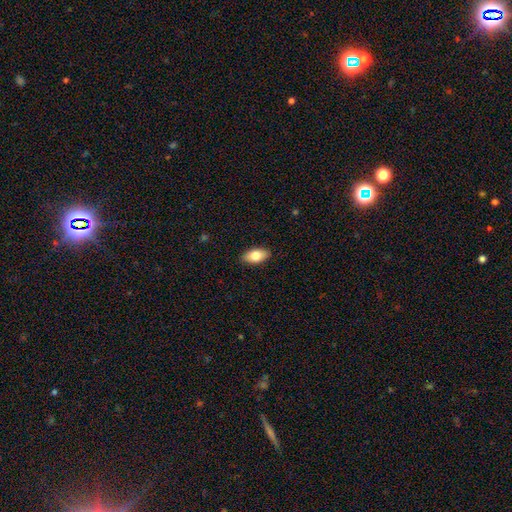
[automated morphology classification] The model was most divided on "smooth or featured": smooth: 79%, featured or disk: 14%, star or artifact: 7%. More confident: how rounded — in between (92%); merging — none (88%).